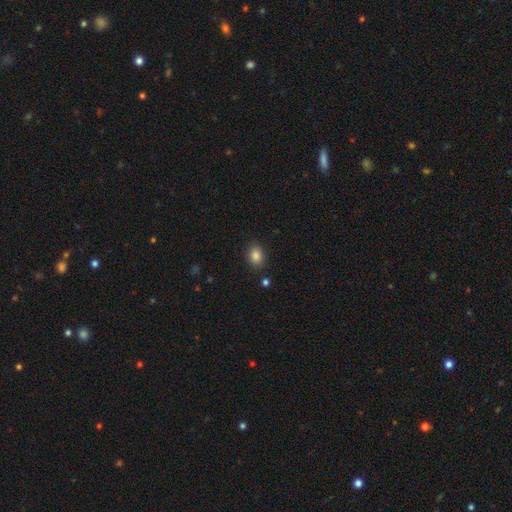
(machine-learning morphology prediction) Smooth or featured? smooth (86%)
How rounded? in between (64%)
Merging? none (86%)